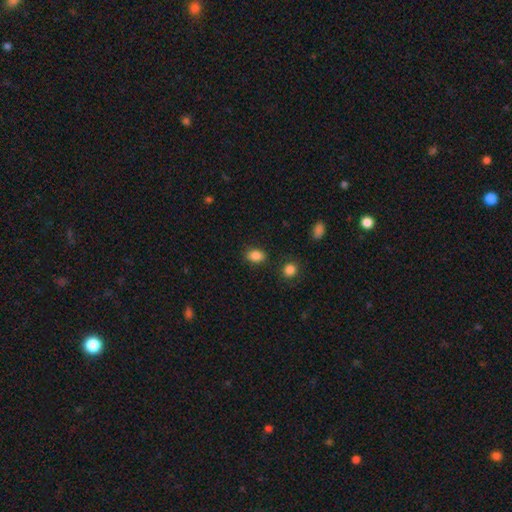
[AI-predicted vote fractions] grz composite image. It shows a smooth galaxy with no disk features (86%) that is in between round and cigar-shaped (77%). Merging: none (84%).